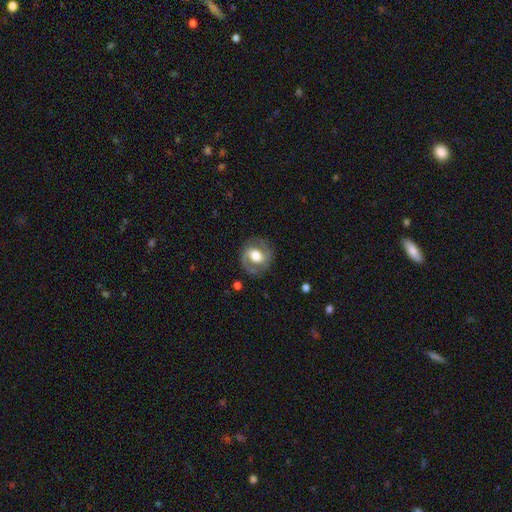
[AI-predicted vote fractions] A featured or disk galaxy (70%) with a weak bar (40%, tied with no), 2 (87%) medium (49%) spiral arms (83%) and a moderate central bulge (47%). Merging: none (80%).